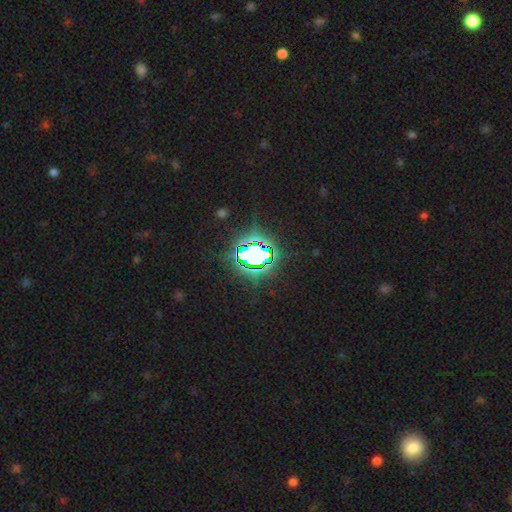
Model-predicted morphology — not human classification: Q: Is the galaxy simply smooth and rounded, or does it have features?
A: star or artifact — 76%.